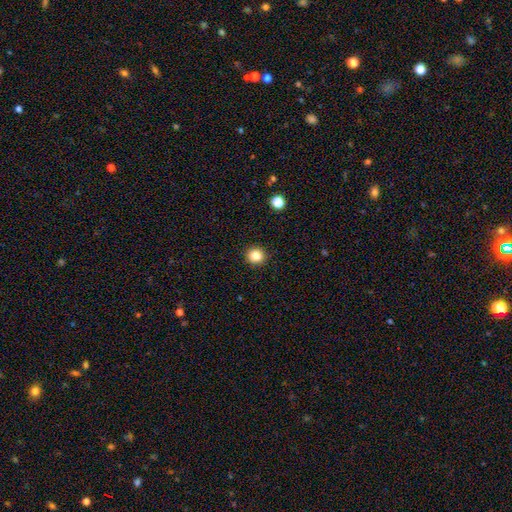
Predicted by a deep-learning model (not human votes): Morphology: type=smooth (84%); roundness=round (91%); merging=none (92%).